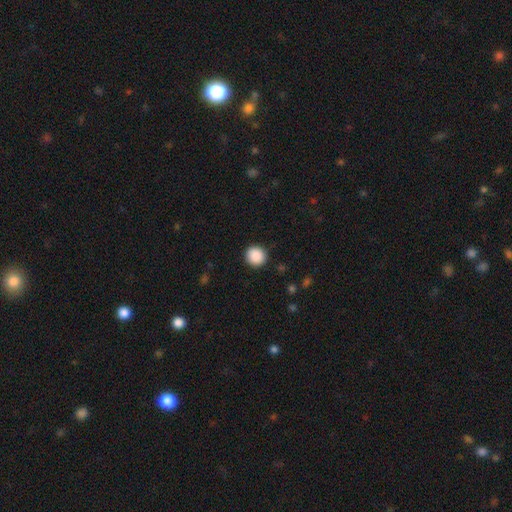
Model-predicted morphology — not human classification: smooth-or-featured: smooth: 89% | star or artifact: 8% | featured or disk: 3%
  how-rounded: round: 92% | in between: 7% | cigar-shaped: 1%
  merging: none: 91% | minor disturbance: 6% | major disturbance: 2% | merger: 1%